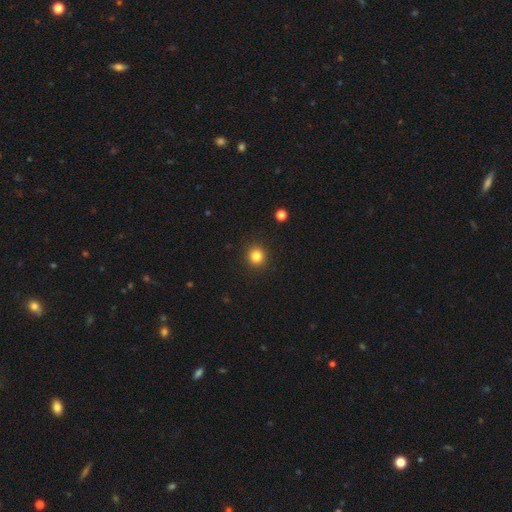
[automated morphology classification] smooth-or-featured: smooth: 83% | star or artifact: 12% | featured or disk: 5%
  how-rounded: round: 93% | in between: 6% | cigar-shaped: 1%
  merging: none: 92% | minor disturbance: 5% | major disturbance: 2% | merger: 1%